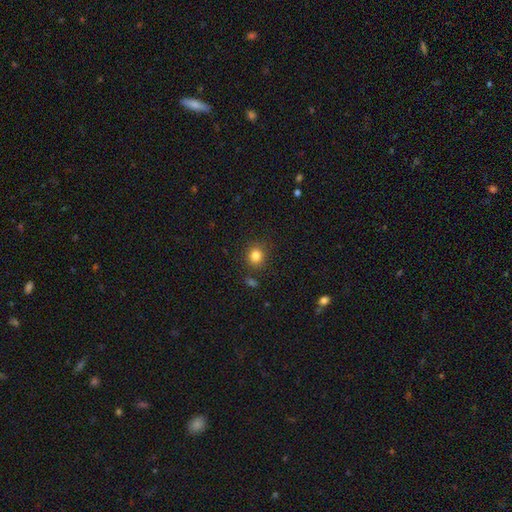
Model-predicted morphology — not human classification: Q: Smooth or featured?
A: smooth (83%); runner-up: star or artifact (12%)
Q: How rounded?
A: round (82%); runner-up: in between (17%)
Q: Merging?
A: none (84%); runner-up: minor disturbance (9%)